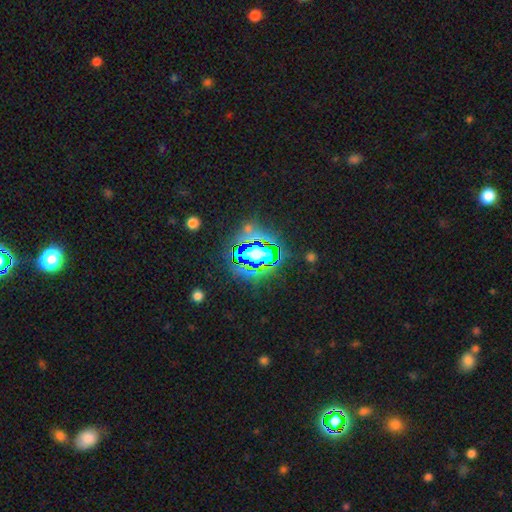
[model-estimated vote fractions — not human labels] Smooth or featured: star or artifact — 80% (smooth — 12%)